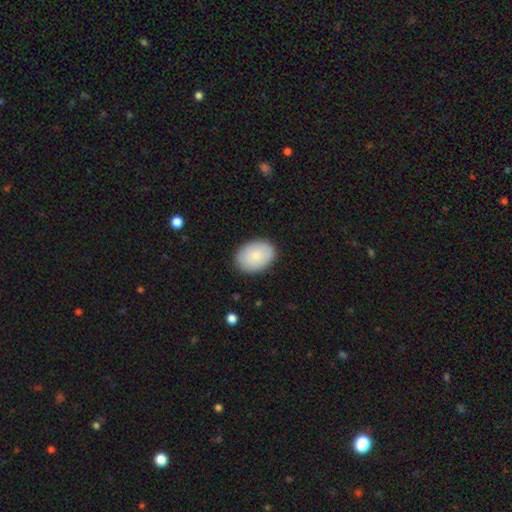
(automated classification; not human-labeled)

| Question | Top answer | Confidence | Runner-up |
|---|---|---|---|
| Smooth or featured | smooth | 83% | featured or disk (11%) |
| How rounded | in between | 77% | round (22%) |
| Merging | none | 87% | minor disturbance (10%) |